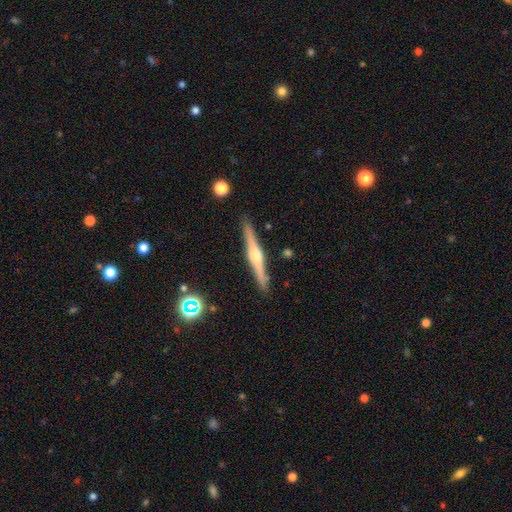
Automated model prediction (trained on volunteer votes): Smooth or featured? featured or disk (75%)
Edge-on disk? yes (98%)
Edge-on bulge? rounded (85%)
Merging? none (90%)